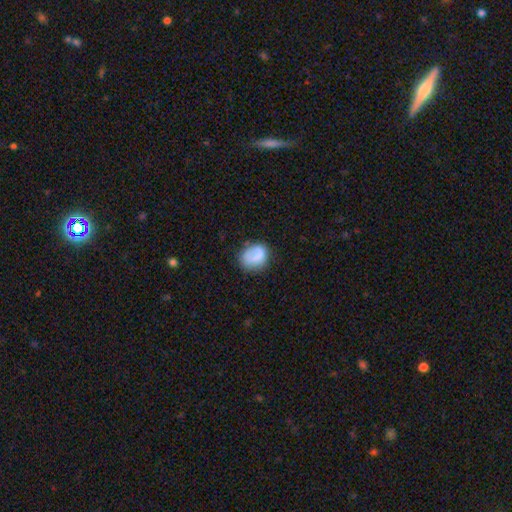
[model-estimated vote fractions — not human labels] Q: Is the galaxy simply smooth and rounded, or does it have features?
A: smooth — 74%.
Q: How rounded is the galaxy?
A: round — 61%.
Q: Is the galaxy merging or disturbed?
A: none — 65%.